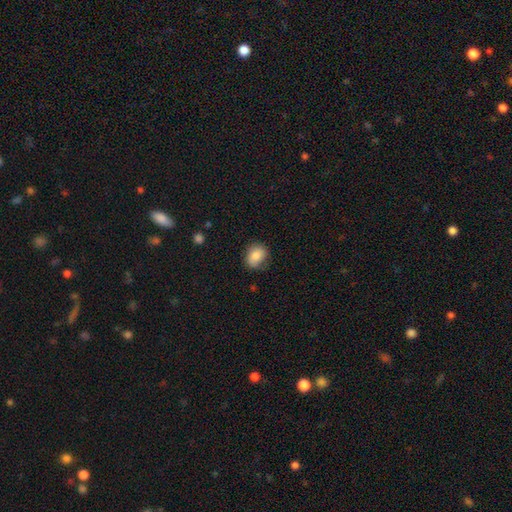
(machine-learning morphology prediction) The model was most divided on "how rounded": in between: 50%, round: 49%, cigar-shaped: 1%. More confident: smooth or featured — smooth (84%); merging — none (74%).